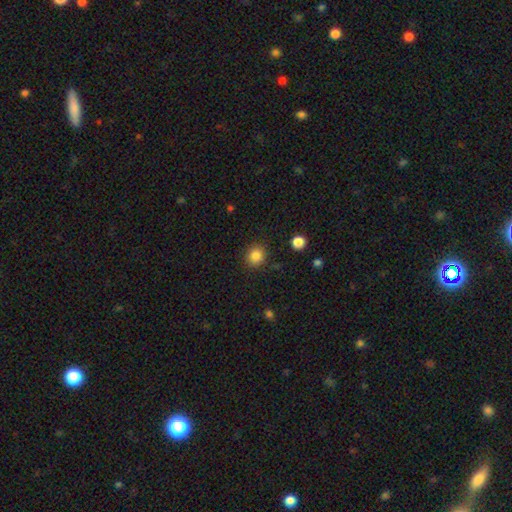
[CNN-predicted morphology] Smooth or featured? smooth (86%)
How rounded? round (86%)
Merging? none (89%)